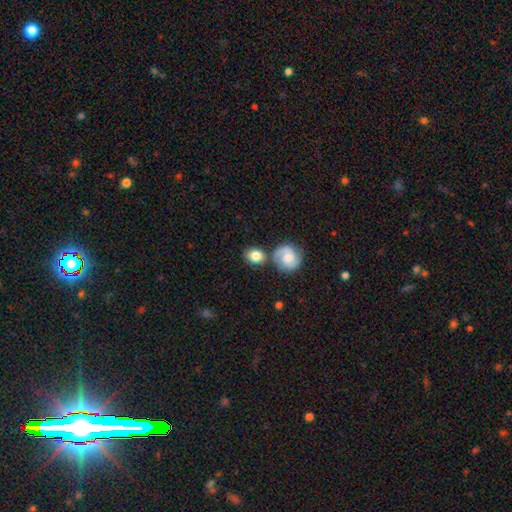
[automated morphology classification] smooth_or_featured: smooth (p=0.78) [alt: featured or disk p=0.16]
how_rounded: round (p=0.60) [alt: in between p=0.39]
merging: none (p=0.61) [alt: merger p=0.21]